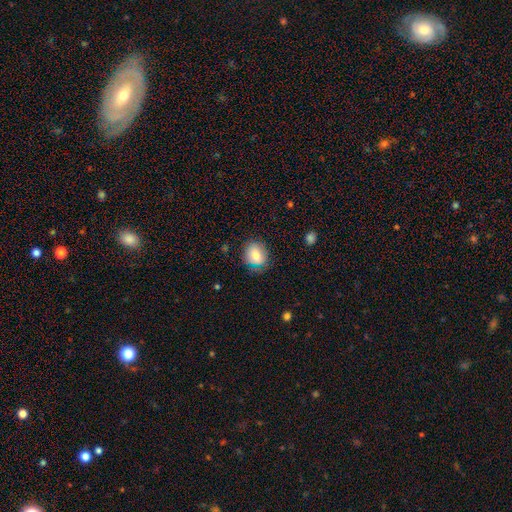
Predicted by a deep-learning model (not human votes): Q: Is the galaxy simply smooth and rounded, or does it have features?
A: smooth — 75%.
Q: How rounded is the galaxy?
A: round — 57%.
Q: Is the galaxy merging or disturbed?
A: none — 73%.